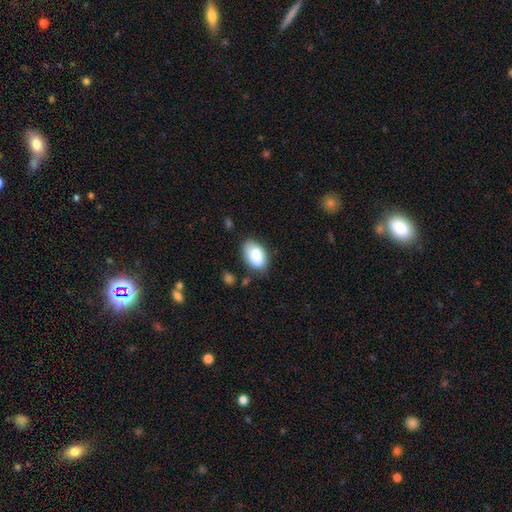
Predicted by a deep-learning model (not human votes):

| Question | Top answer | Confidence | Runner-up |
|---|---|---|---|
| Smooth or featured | smooth | 84% | featured or disk (9%) |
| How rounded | in between | 92% | round (7%) |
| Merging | none | 72% | minor disturbance (20%) |